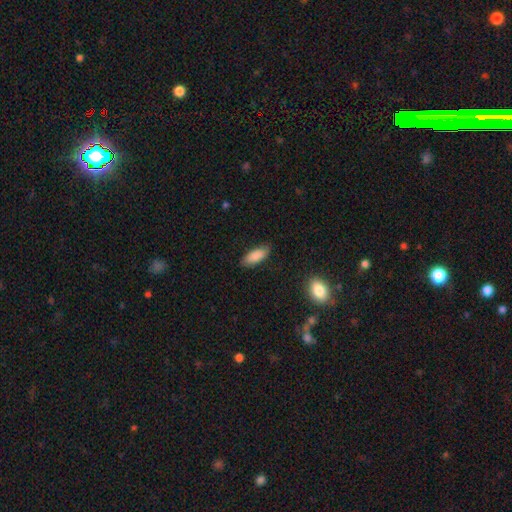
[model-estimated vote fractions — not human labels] Smooth or featured? Predicted: smooth (p=0.87). How rounded? Predicted: in between (p=0.80). Merging? Predicted: none (p=0.82).